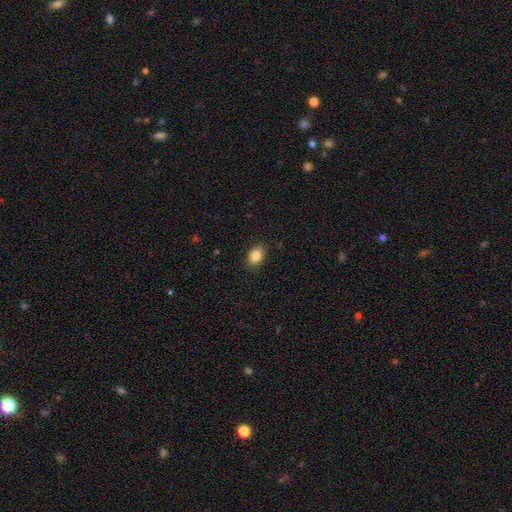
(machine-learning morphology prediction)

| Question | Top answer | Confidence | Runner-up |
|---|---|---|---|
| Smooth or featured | smooth | 86% | star or artifact (9%) |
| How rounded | in between | 77% | round (22%) |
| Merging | none | 88% | minor disturbance (9%) |